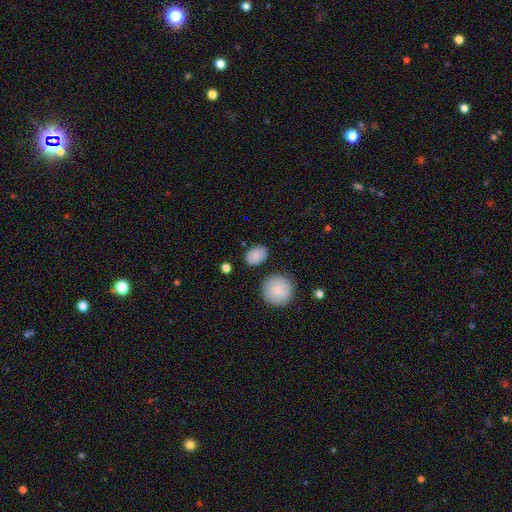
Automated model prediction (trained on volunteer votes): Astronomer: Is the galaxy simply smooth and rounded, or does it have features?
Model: smooth — 86%.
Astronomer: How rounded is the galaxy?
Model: in between — 70%.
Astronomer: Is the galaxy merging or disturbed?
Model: none — 80%.